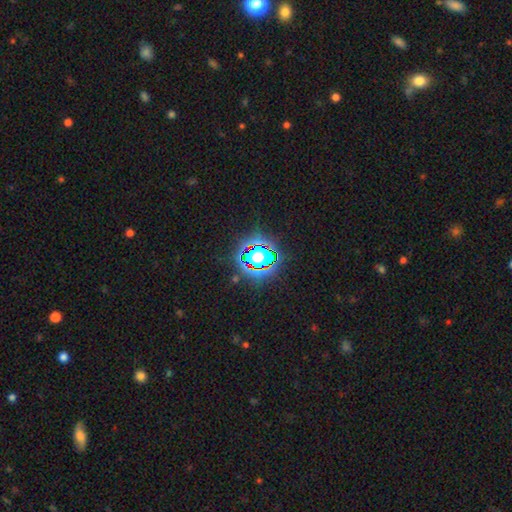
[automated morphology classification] A star or artifact, not a galaxy (83%).